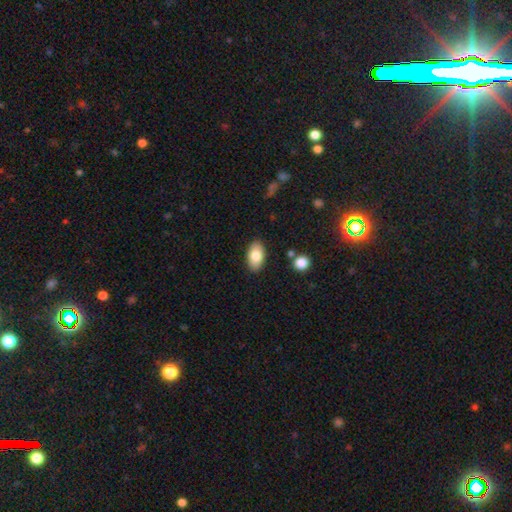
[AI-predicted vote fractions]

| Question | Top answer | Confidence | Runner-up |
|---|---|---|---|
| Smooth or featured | smooth | 81% | featured or disk (12%) |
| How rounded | in between | 93% | round (5%) |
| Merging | none | 87% | minor disturbance (9%) |